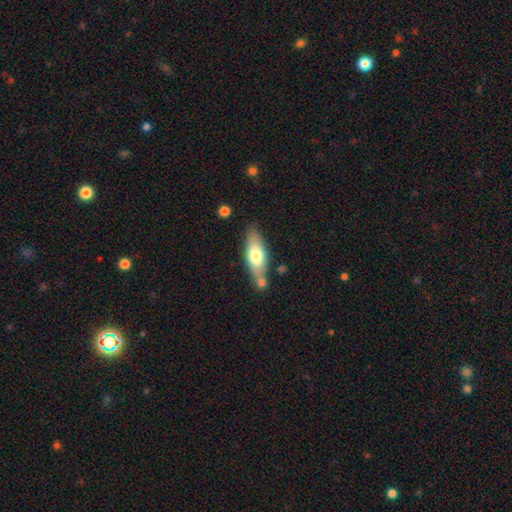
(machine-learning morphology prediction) smooth-or-featured: smooth: 64% | featured or disk: 30% | star or artifact: 6%
  how-rounded: in between: 67% | cigar-shaped: 31% | round: 3%
  merging: none: 61% | minor disturbance: 18% | merger: 17% | major disturbance: 4%